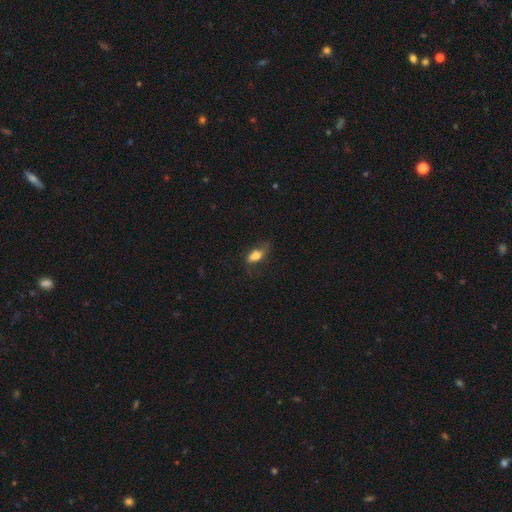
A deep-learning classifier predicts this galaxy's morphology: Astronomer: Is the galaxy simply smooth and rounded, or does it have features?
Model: smooth — 73%.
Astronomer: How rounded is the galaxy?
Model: in between — 77%.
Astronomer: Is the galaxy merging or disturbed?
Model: none — 53%.